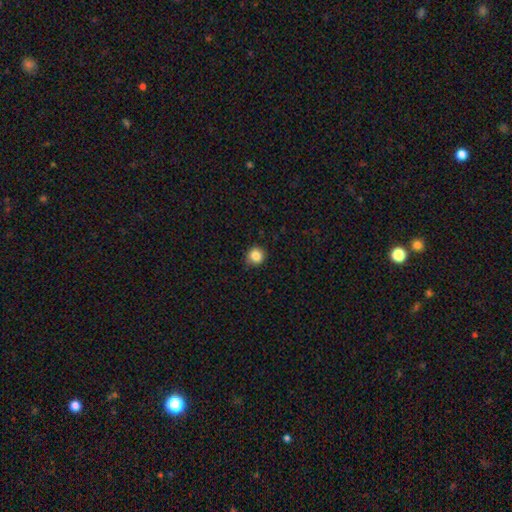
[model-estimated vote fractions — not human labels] smooth 85%, star or artifact 11%, featured or disk 4%. Down the decision tree: how rounded — round (90%); merging — none (84%).